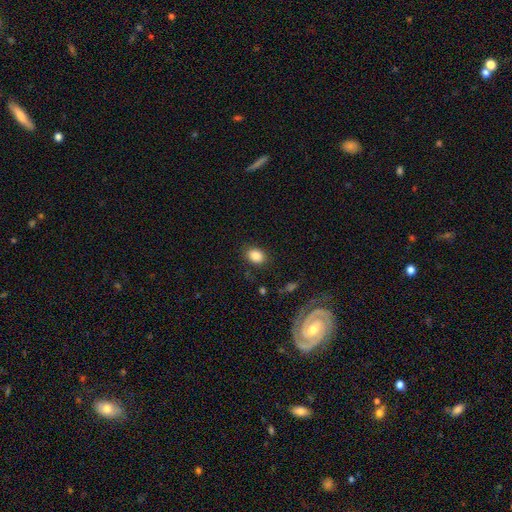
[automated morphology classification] Smooth or featured: smooth — 86% (star or artifact — 9%)
How rounded: in between — 69% (round — 30%)
Merging: none — 85% (minor disturbance — 11%)